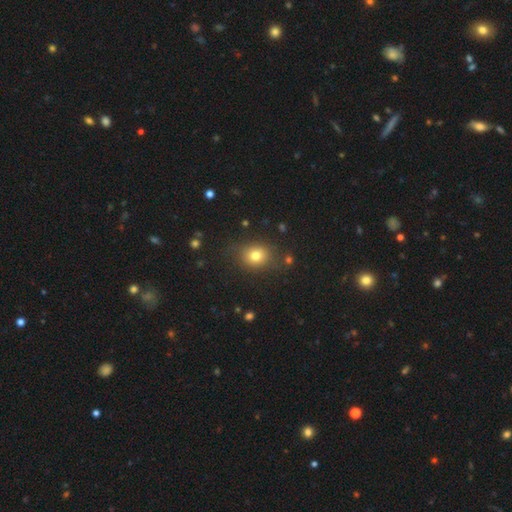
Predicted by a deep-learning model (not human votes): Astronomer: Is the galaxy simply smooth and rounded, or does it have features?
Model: smooth — 77%.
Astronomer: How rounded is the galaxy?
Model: round — 62%.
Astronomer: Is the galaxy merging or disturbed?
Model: none — 80%.